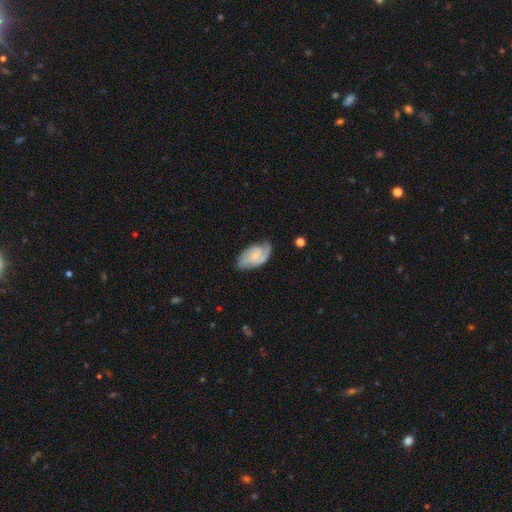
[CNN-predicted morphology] Smooth or featured? Predicted: featured or disk (p=0.75). Edge-on disk? Predicted: no (p=0.97). Bar? Predicted: no (p=0.53). Spiral arms? Predicted: yes (p=0.95). Spiral winding? Predicted: medium (p=0.45). Spiral arm count? Predicted: 2 (p=0.69). Bulge size? Predicted: small (p=0.54). Merging? Predicted: none (p=0.70).